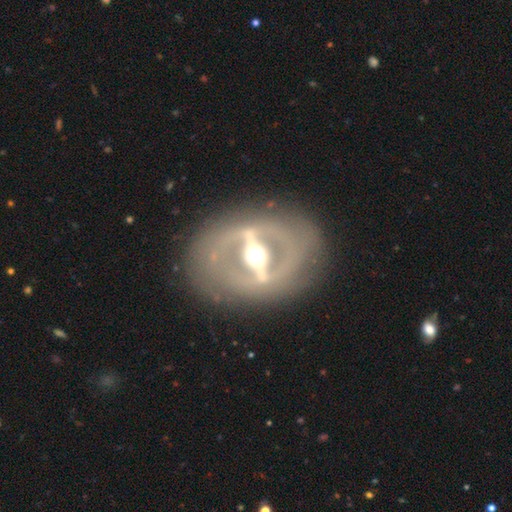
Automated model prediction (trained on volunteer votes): This appears to be a featured or disk galaxy (86%) with a strong bar (87%), no spiral arms (70%) and a moderate central bulge (72%). Merging: none (82%).